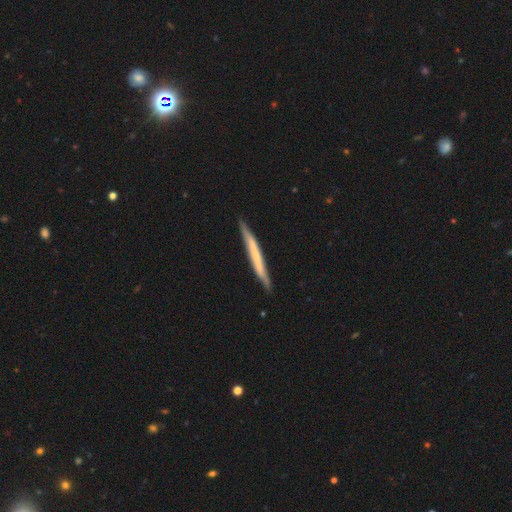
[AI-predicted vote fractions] smooth 48%, featured or disk 47%, star or artifact 5%. Down the decision tree: merging — none (87%).